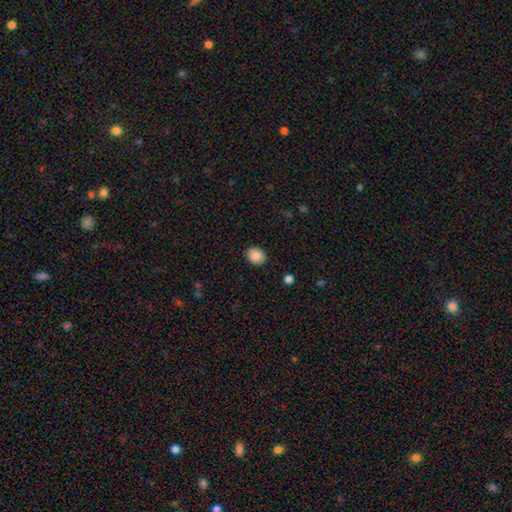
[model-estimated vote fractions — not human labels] A smooth galaxy with no disk features (88%) that is round (51%). Merging: none (88%).